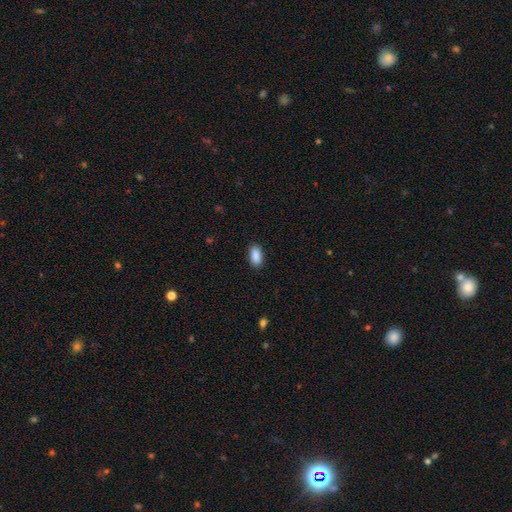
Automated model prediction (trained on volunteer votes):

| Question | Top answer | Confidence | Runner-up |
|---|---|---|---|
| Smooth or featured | smooth | 90% | star or artifact (7%) |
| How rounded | in between | 91% | cigar-shaped (6%) |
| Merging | none | 88% | minor disturbance (8%) |